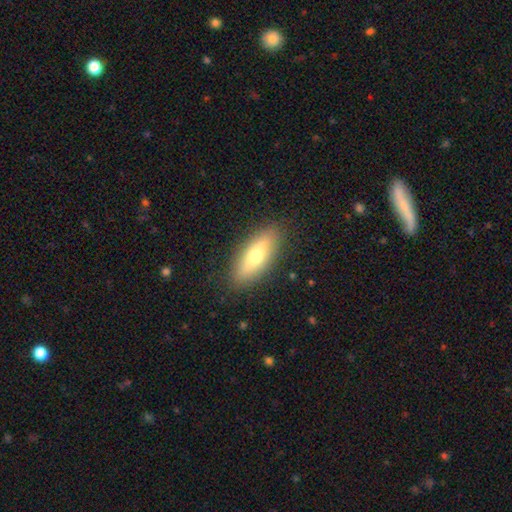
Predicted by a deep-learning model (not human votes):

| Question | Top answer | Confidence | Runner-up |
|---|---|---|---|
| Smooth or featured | smooth | 60% | featured or disk (33%) |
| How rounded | in between | 56% | cigar-shaped (41%) |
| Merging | none | 87% | minor disturbance (9%) |